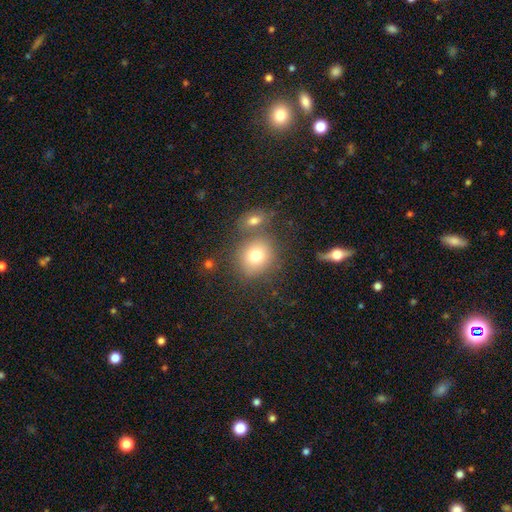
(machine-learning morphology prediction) The model was most divided on "merging": none: 67%, merger: 18%, minor disturbance: 11%, major disturbance: 4%. More confident: smooth or featured — smooth (77%); how rounded — round (75%).